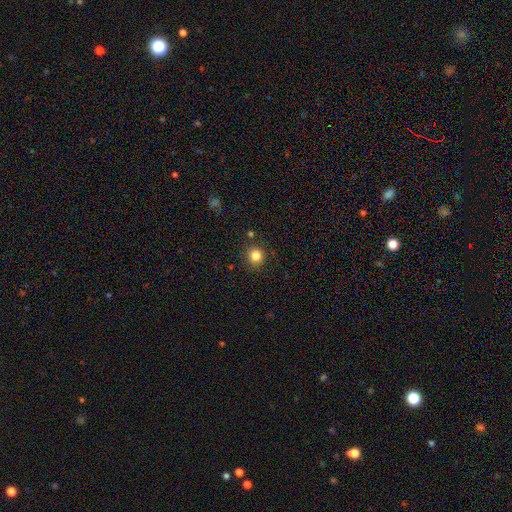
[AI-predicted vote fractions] Morphology: type=smooth (83%); roundness=round (92%); merging=none (88%).